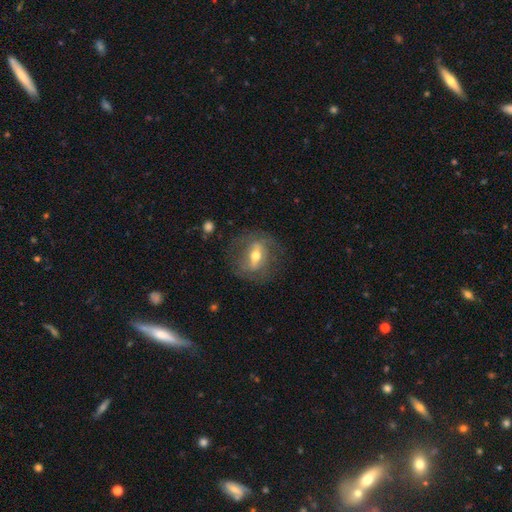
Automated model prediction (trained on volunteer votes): featured or disk 66%, smooth 26%, star or artifact 8%. Down the decision tree: edge-on disk — no (77%); bar — strong (58%); spiral arms — no (58%); bulge size — moderate (71%); merging — none (73%).